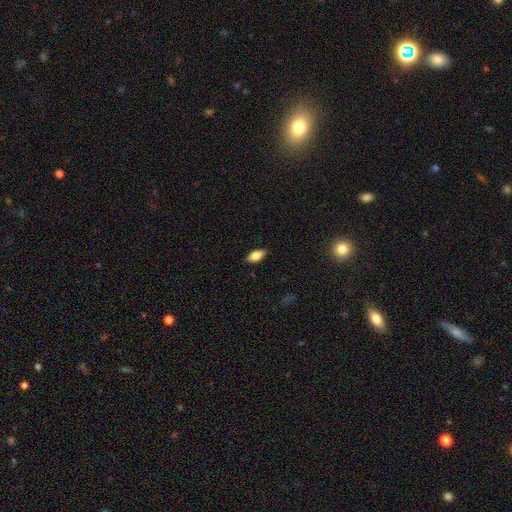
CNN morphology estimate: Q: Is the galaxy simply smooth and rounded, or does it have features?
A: smooth — 79%.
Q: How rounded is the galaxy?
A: in between — 87%.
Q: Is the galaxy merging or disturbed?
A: none — 86%.